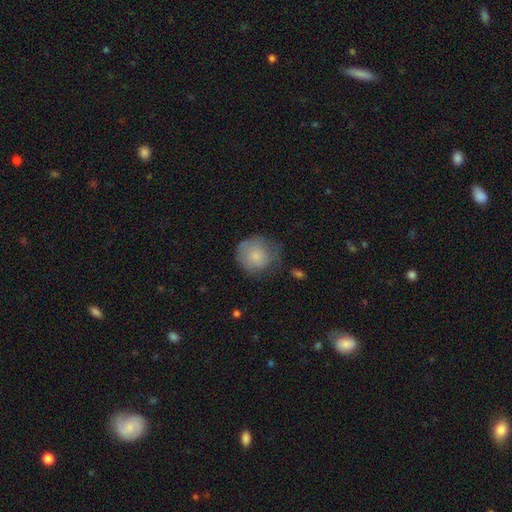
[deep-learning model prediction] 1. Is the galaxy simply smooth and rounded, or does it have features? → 73% smooth, 20% featured or disk, 7% star or artifact.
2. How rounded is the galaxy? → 89% round, 10% in between, 1% cigar-shaped.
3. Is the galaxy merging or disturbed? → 51% none, 32% minor disturbance, 15% major disturbance, 2% merger.